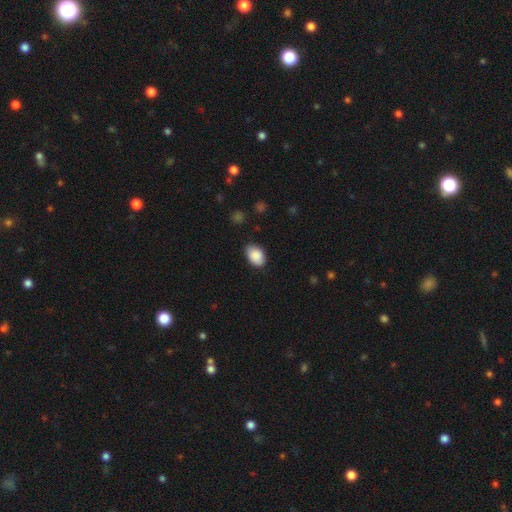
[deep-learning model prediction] This is clearly a smooth galaxy (90%). How rounded: clearly in between (84%). Merging: clearly none (81%).